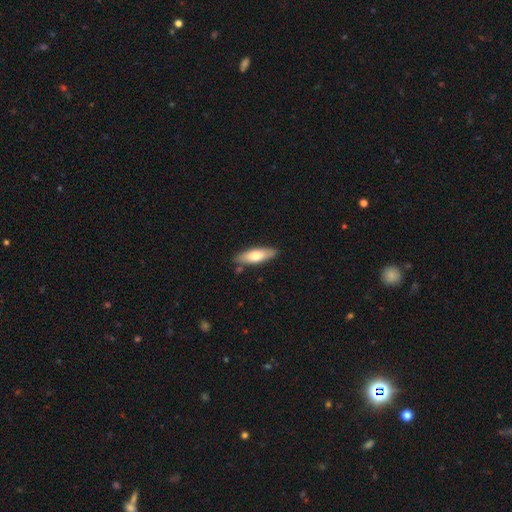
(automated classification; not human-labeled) Overall: smooth (68%). How rounded: in between (51%; cigar-shaped 47%). Merging: none (83%).